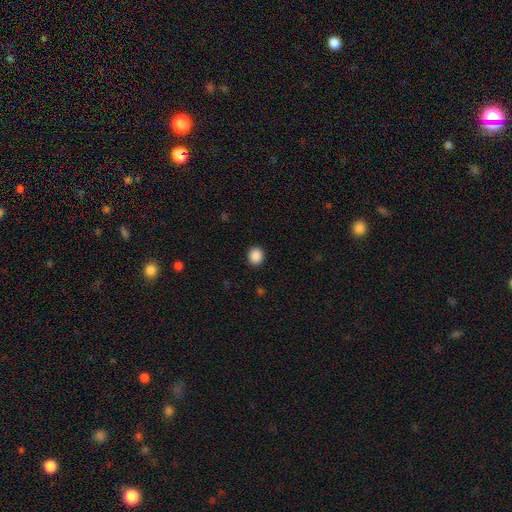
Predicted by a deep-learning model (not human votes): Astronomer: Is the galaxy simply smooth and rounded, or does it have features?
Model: smooth — 89%.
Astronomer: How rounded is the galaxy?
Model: round — 77%.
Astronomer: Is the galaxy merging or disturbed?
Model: none — 91%.